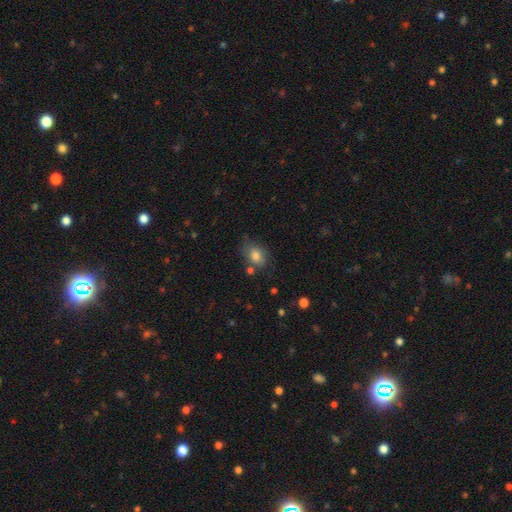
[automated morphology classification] Smooth or featured? smooth (80%)
How rounded? in between (70%)
Merging? none (61%)